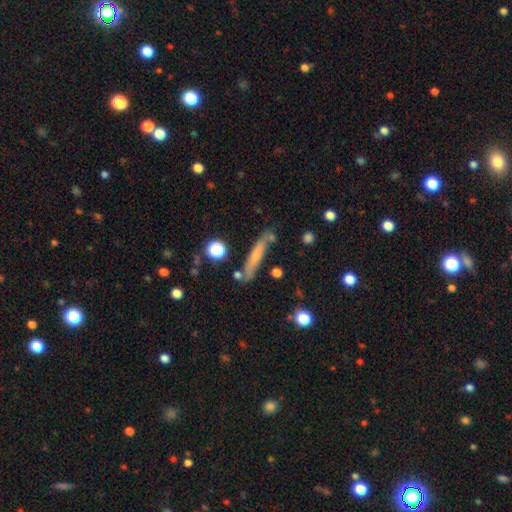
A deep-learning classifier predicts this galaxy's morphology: smooth_or_featured: smooth (p=0.57) [alt: featured or disk p=0.35]
how_rounded: cigar-shaped (p=0.91) [alt: in between p=0.07]
merging: none (p=0.74) [alt: minor disturbance p=0.15]